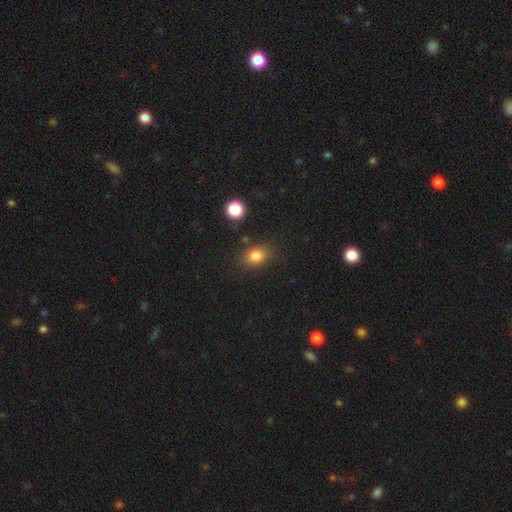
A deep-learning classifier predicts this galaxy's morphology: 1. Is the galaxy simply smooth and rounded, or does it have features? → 82% smooth, 12% star or artifact, 6% featured or disk.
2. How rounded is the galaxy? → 59% in between, 40% round, 1% cigar-shaped.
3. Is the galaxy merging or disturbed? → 79% none, 13% minor disturbance, 4% merger, 4% major disturbance.